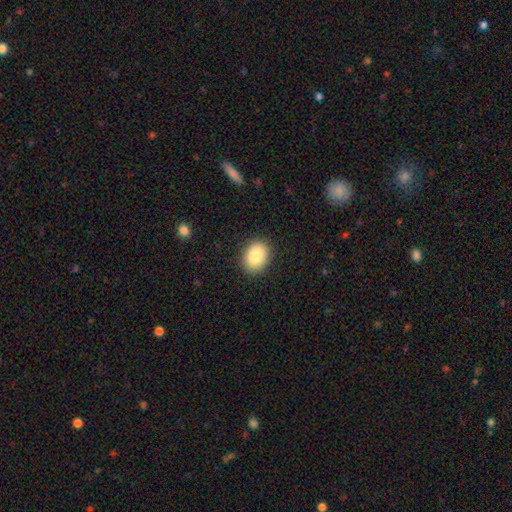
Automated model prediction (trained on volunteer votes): Smooth or featured?
  - smooth: 85% *
  - star or artifact: 8%
  - featured or disk: 7%
How rounded?
  - in between: 63% *
  - round: 36%
  - cigar-shaped: 1%
Merging?
  - none: 89% *
  - minor disturbance: 8%
  - major disturbance: 2%
  - merger: 1%